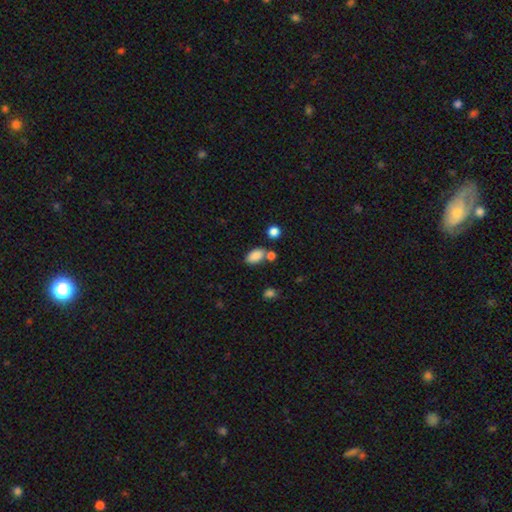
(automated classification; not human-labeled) Smooth or featured? smooth (86%)
How rounded? in between (91%)
Merging? none (65%)